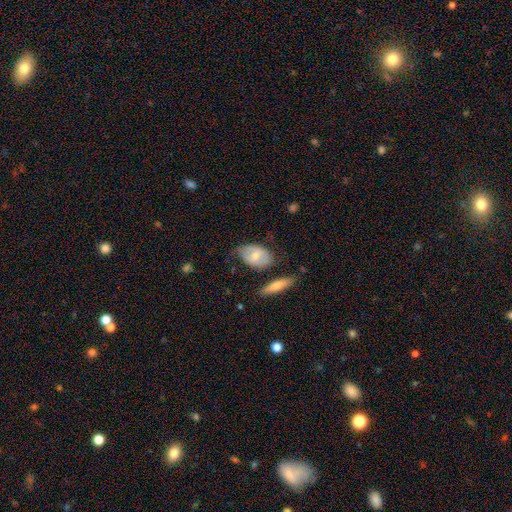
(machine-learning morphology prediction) Q: Smooth or featured?
A: smooth (59%); runner-up: featured or disk (35%)
Q: How rounded?
A: in between (85%); runner-up: round (12%)
Q: Merging?
A: none (57%); runner-up: minor disturbance (28%)